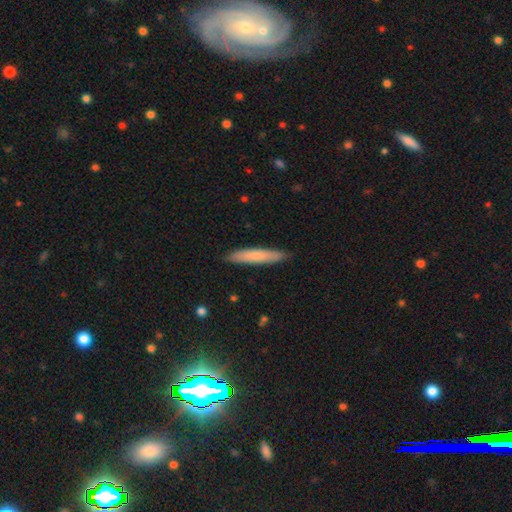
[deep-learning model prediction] A smooth galaxy with no disk features (74%) that is cigar-shaped (91%). Merging: none (89%).